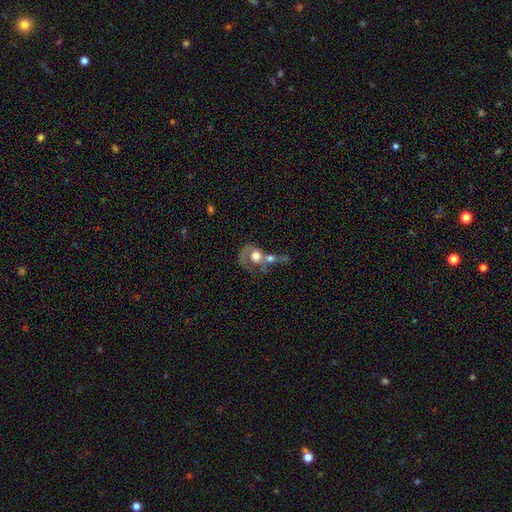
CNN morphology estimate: Smooth or featured: featured or disk — 50% (smooth — 42%)
Merging: merger — 56% (major disturbance — 19%)